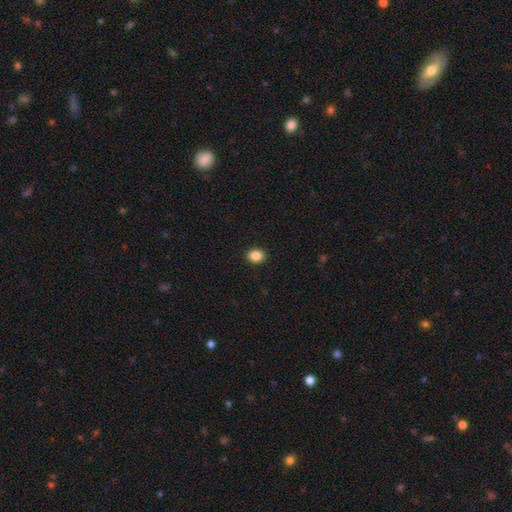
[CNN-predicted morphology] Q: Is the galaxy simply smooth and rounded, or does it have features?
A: smooth — 87%.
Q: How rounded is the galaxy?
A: round — 56%.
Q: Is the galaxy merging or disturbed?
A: none — 92%.